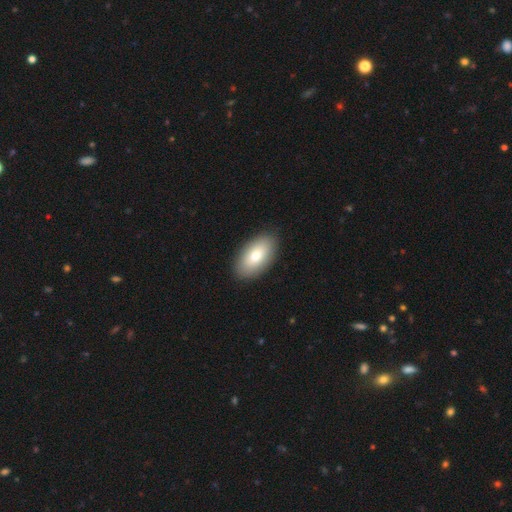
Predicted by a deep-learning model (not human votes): This is likely a smooth galaxy (78%). How rounded: clearly in between (94%). Merging: clearly none (89%).